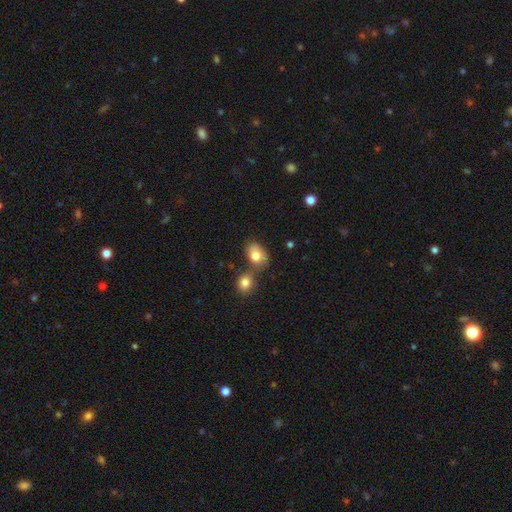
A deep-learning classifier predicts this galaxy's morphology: type=smooth (81%); roundness=in between (73%); merging=none (47%).